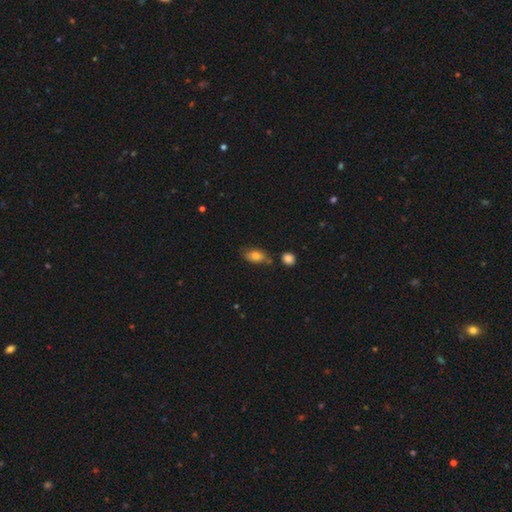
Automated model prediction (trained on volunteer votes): This is clearly a smooth galaxy (80%). How rounded: clearly in between (88%). Merging: likely none (68%).